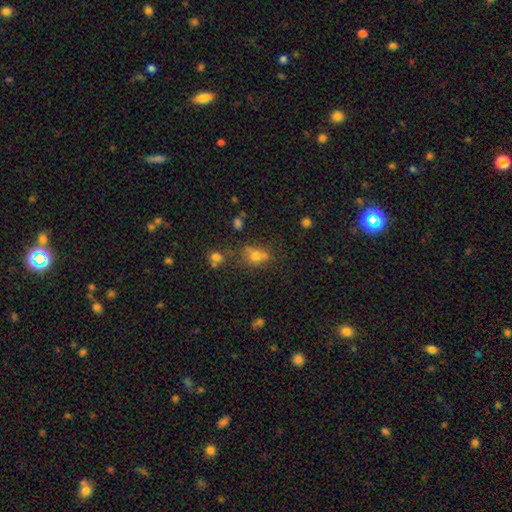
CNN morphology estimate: Smooth or featured: smooth — 67% (star or artifact — 19%)
How rounded: round — 56% (in between — 42%)
Merging: none — 46% (merger — 29%)